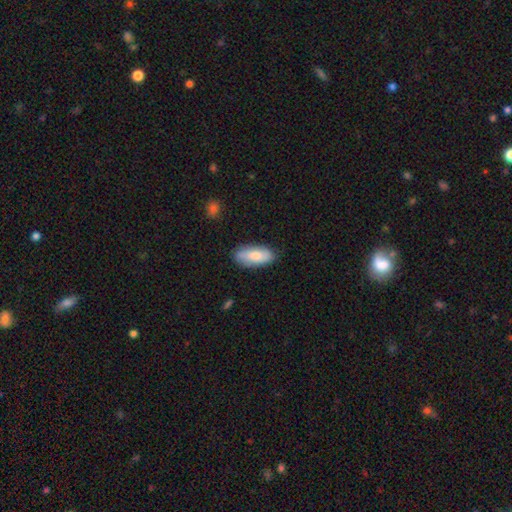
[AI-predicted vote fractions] A smooth galaxy with no disk features (77%) that is in between round and cigar-shaped (87%). Merging: none (80%).